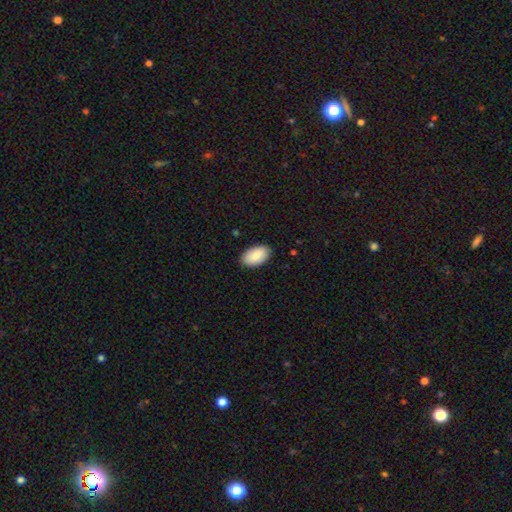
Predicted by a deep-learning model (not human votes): A smooth galaxy with no disk features (88%) that is in between round and cigar-shaped (95%).

Vote fractions:
- Smooth or featured? smooth: 88% / featured or disk: 6% / star or artifact: 6%
- How rounded? in between: 95% / round: 3% / cigar-shaped: 1%
- Merging? none: 88% / minor disturbance: 9% / major disturbance: 2% / merger: 1%